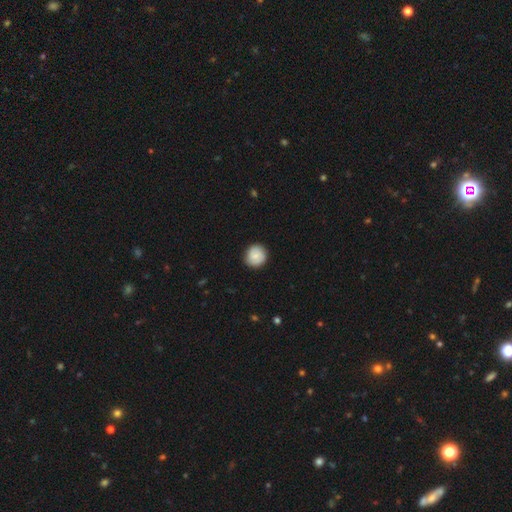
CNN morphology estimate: Q: Smooth or featured?
A: smooth (78%); runner-up: featured or disk (15%)
Q: How rounded?
A: round (91%); runner-up: in between (8%)
Q: Merging?
A: none (87%); runner-up: minor disturbance (10%)